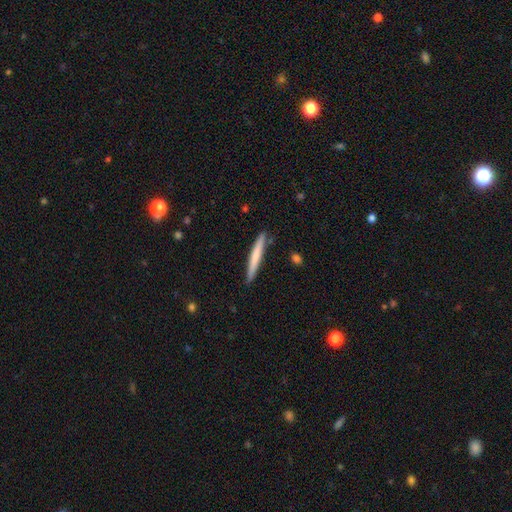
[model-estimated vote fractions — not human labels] Morphology: type=smooth (63%); roundness=cigar-shaped (96%); merging=none (89%).